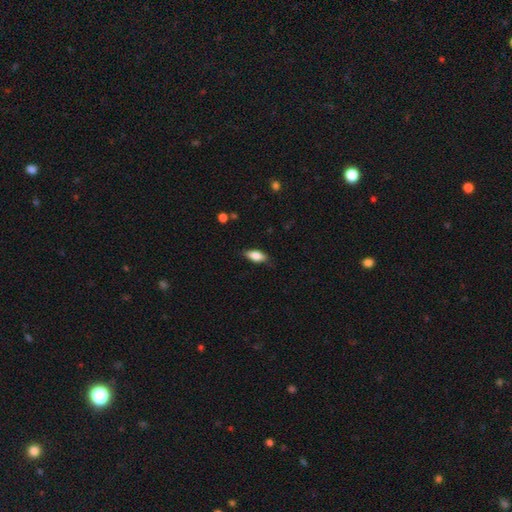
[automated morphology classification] smooth_or_featured: smooth (p=0.75) [alt: featured or disk p=0.19]
how_rounded: in between (p=0.79) [alt: cigar-shaped p=0.18]
merging: none (p=0.80) [alt: minor disturbance p=0.16]